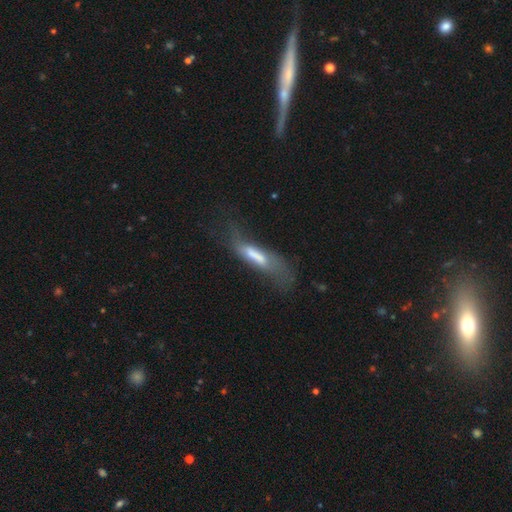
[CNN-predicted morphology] smooth-or-featured: smooth: 53% | featured or disk: 38% | star or artifact: 9%
  how-rounded: cigar-shaped: 69% | in between: 29% | round: 2%
  merging: none: 35% (tied) | major disturbance: 35% (tied) | minor disturbance: 25% | merger: 5%